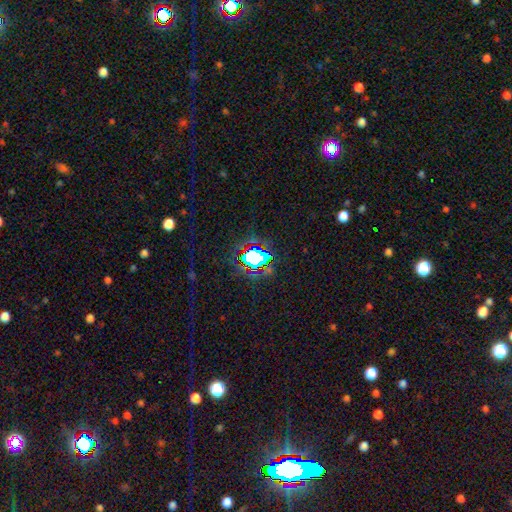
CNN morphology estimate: Q: Smooth or featured?
A: star or artifact (61%); runner-up: smooth (25%)